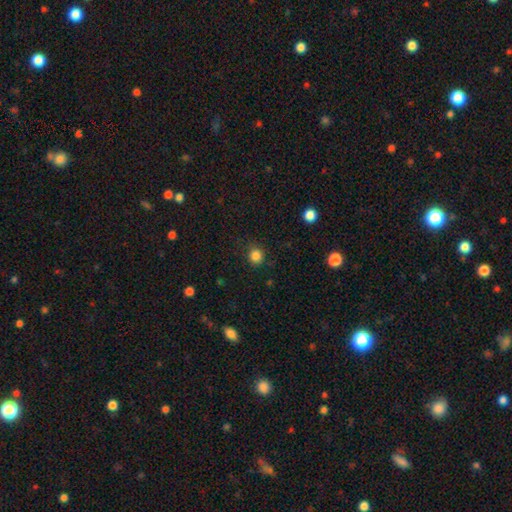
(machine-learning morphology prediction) Smooth or featured? smooth (84%)
How rounded? round (91%)
Merging? none (87%)